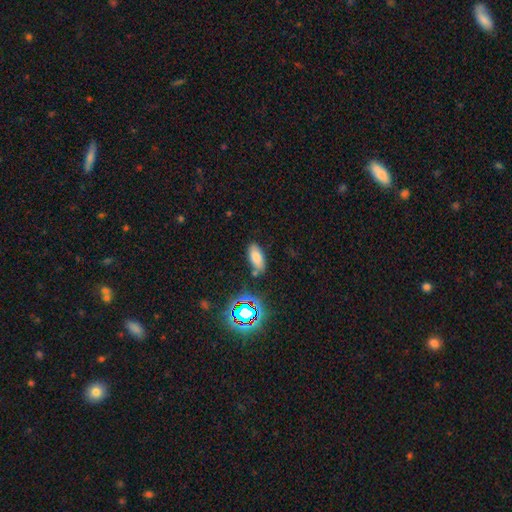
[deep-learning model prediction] Smooth or featured? smooth (68%)
How rounded? in between (84%)
Merging? none (80%)